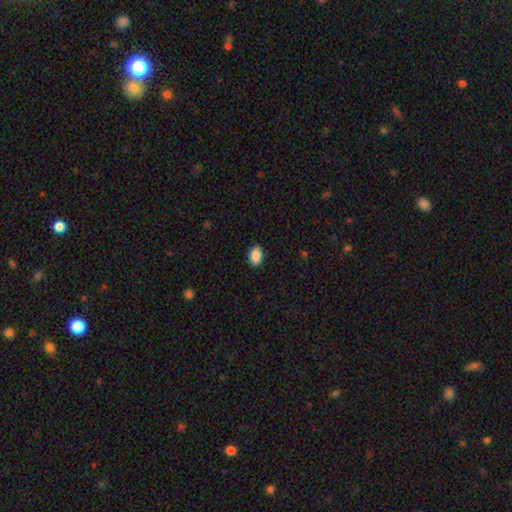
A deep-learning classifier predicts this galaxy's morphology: Smooth or featured? Predicted: smooth (p=0.89). How rounded? Predicted: in between (p=0.85). Merging? Predicted: none (p=0.89).